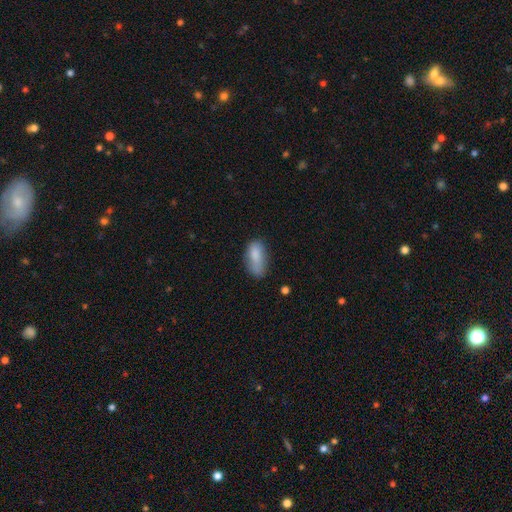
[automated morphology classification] This appears to be a smooth galaxy with no disk features (82%) that is in between round and cigar-shaped (87%). Merging: none (54%).